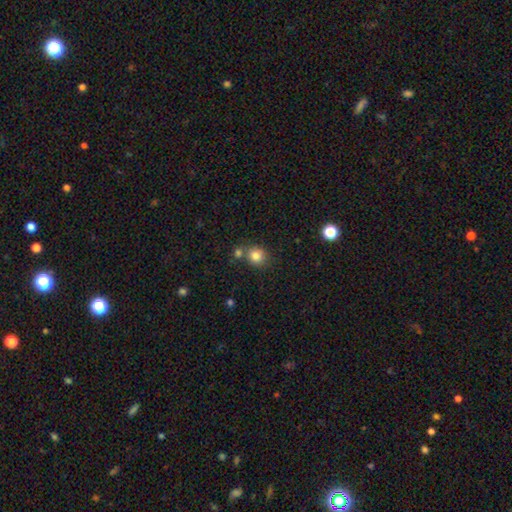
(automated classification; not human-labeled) This is clearly a smooth galaxy (82%). How rounded: clearly round (83%). Merging: likely none (63%).